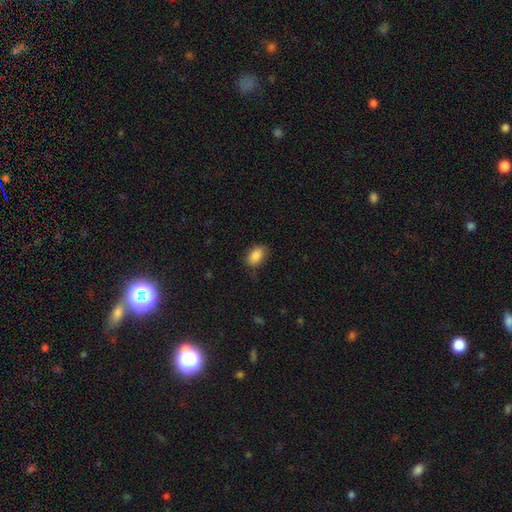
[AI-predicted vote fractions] Morphology: type=smooth (87%); roundness=in between (90%); merging=none (77%).